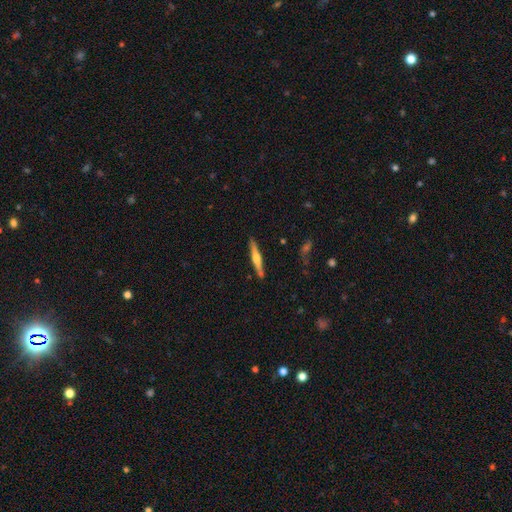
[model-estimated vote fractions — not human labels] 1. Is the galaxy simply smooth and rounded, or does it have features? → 61% featured or disk, 33% smooth, 6% star or artifact.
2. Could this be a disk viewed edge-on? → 97% yes, 3% no.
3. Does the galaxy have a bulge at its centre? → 81% rounded, 11% boxy, 8% none.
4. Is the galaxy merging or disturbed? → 86% none, 10% minor disturbance, 3% merger, 2% major disturbance.